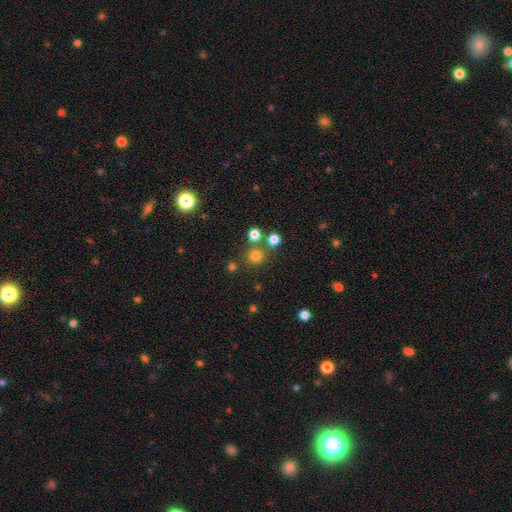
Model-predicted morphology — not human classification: smooth 75%, star or artifact 18%, featured or disk 7%. Down the decision tree: how rounded — round (92%); merging — none (76%).